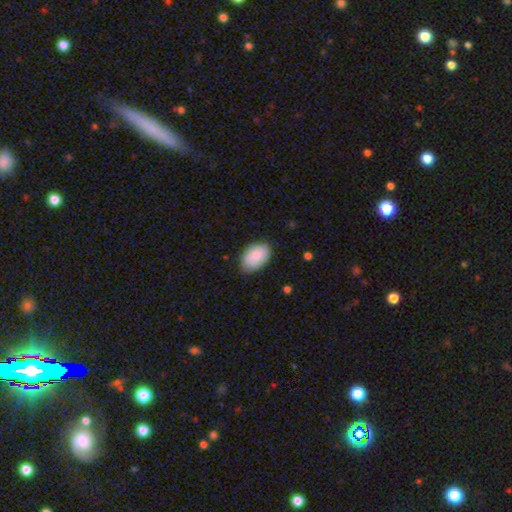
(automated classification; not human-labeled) Smooth or featured: smooth — 86% (featured or disk — 8%)
How rounded: in between — 91% (round — 8%)
Merging: none — 79% (minor disturbance — 17%)